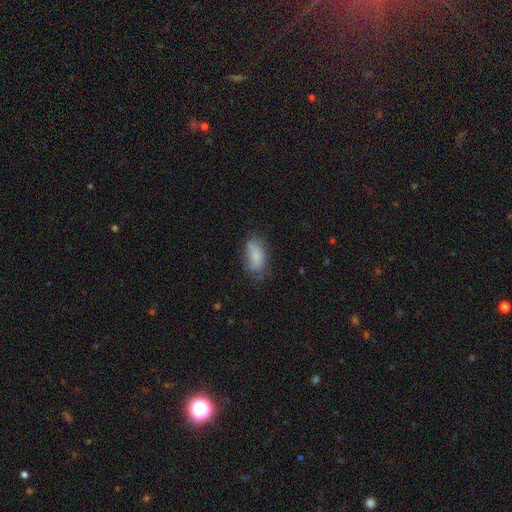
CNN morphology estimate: A smooth galaxy with no disk features (79%) that is in between round and cigar-shaped (91%).

Vote fractions:
- Smooth or featured? smooth: 79% / featured or disk: 13% / star or artifact: 8%
- How rounded? in between: 91% / cigar-shaped: 5% / round: 4%
- Merging? none: 57% / minor disturbance: 29% / major disturbance: 11% / merger: 2%